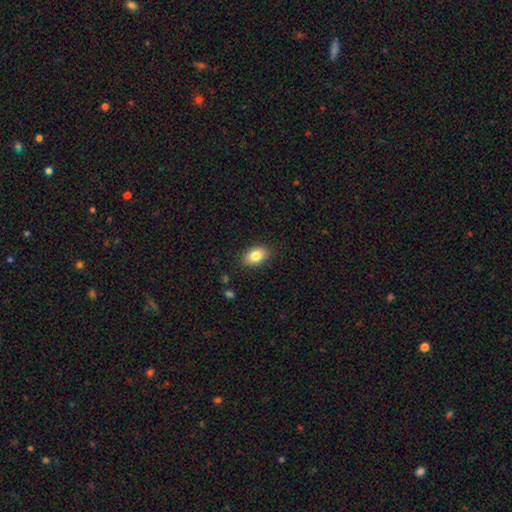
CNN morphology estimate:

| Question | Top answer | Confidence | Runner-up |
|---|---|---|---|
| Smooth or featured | smooth | 84% | featured or disk (8%) |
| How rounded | in between | 87% | round (12%) |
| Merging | none | 88% | minor disturbance (9%) |